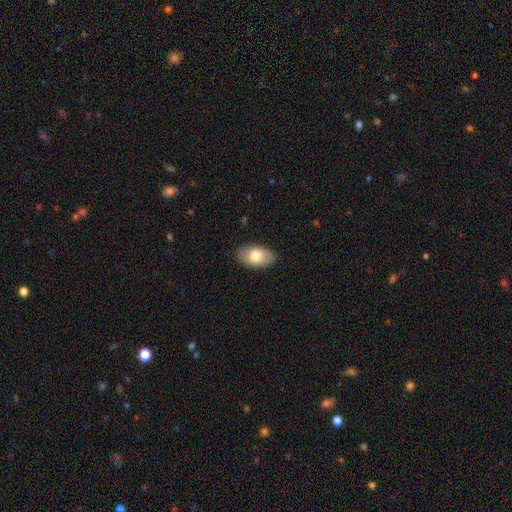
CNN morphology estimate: smooth-or-featured: smooth: 76% | featured or disk: 18% | star or artifact: 6%
  how-rounded: in between: 93% | round: 5% | cigar-shaped: 1%
  merging: none: 86% | minor disturbance: 11% | major disturbance: 2% | merger: 1%